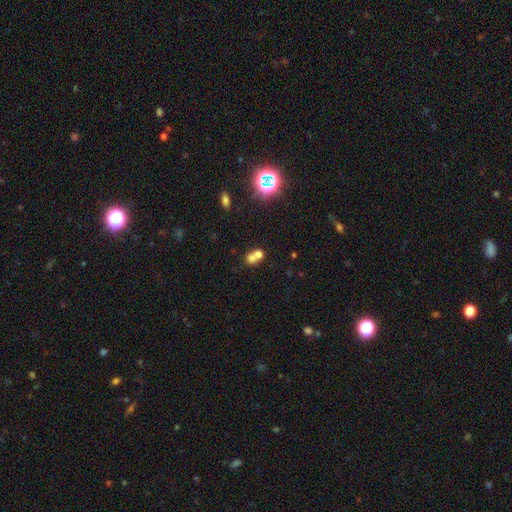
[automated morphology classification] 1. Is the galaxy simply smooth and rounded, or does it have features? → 66% smooth, 17% featured or disk, 17% star or artifact.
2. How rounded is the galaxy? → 64% round, 35% in between, 1% cigar-shaped.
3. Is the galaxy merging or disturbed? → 67% merger, 25% none, 5% minor disturbance, 3% major disturbance.